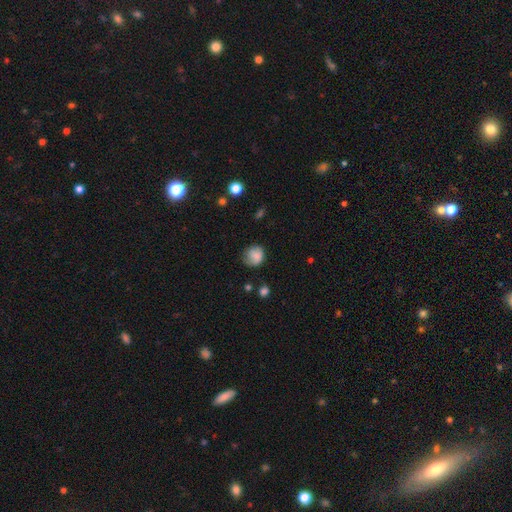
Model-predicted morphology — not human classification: A smooth galaxy with no disk features (81%) that is round (75%). Merging: none (63%).